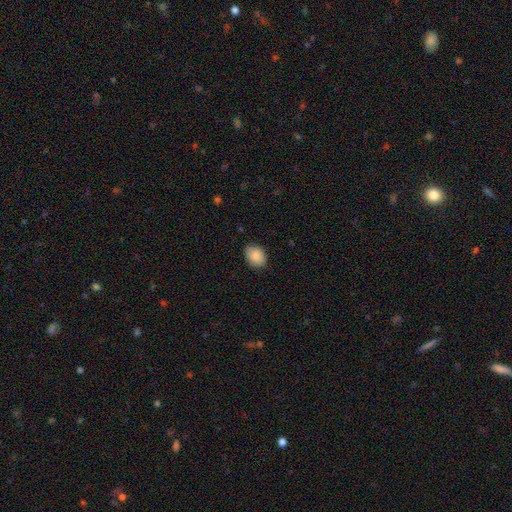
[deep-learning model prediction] Morphology: type=smooth (87%); roundness=in between (67%); merging=none (82%).